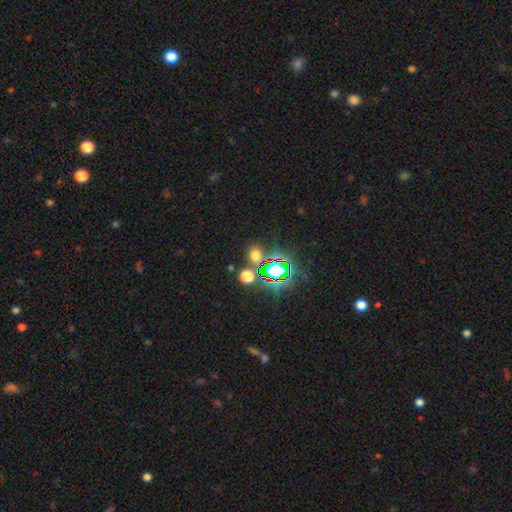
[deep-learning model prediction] Smooth or featured? Predicted: smooth (p=0.55). How rounded? Predicted: round (p=0.67). Merging? Predicted: none (p=0.77).